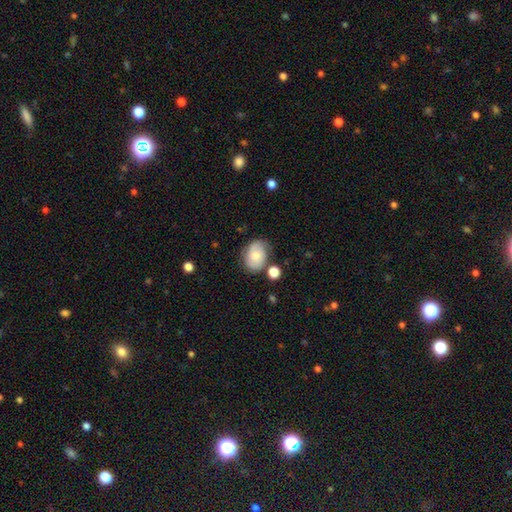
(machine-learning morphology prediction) A smooth galaxy with no disk features (62%) that is in between round and cigar-shaped (73%).

Vote fractions:
- Smooth or featured? smooth: 62% / featured or disk: 30% / star or artifact: 8%
- How rounded? in between: 73% / round: 26% / cigar-shaped: 1%
- Merging? none: 66% / minor disturbance: 21% / merger: 7% / major disturbance: 6%